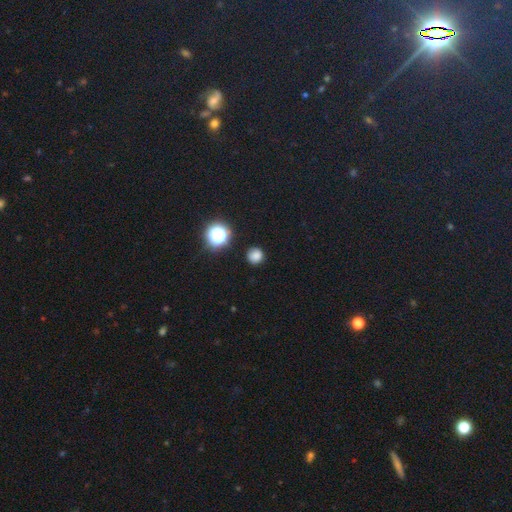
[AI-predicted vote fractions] This is likely a smooth galaxy (79%). How rounded: clearly round (92%). Merging: clearly none (88%).